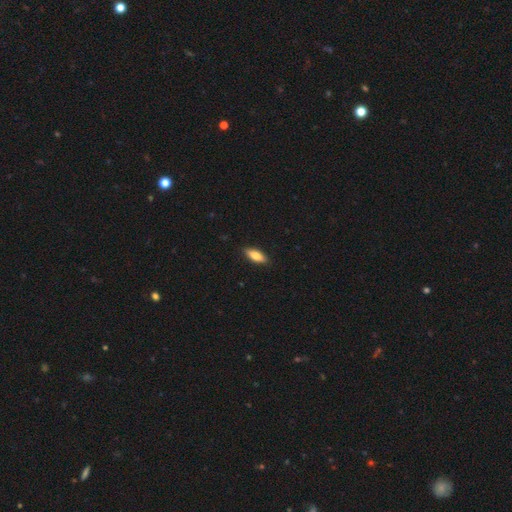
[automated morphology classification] Smooth or featured: smooth — 79% (featured or disk — 15%)
How rounded: in between — 71% (cigar-shaped — 27%)
Merging: none — 89% (minor disturbance — 8%)